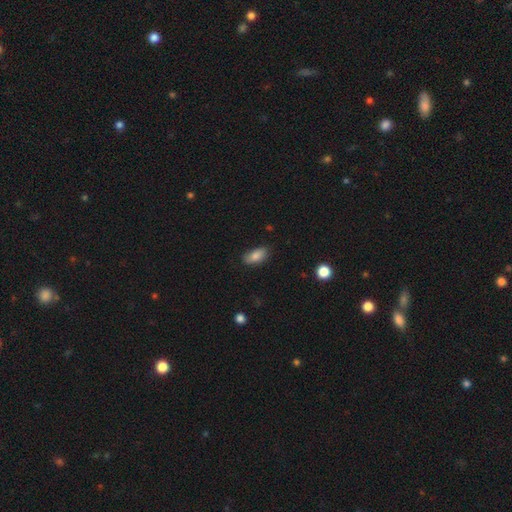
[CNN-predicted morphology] Overall: smooth (84%). How rounded: in between (90%). Merging: none (79%).